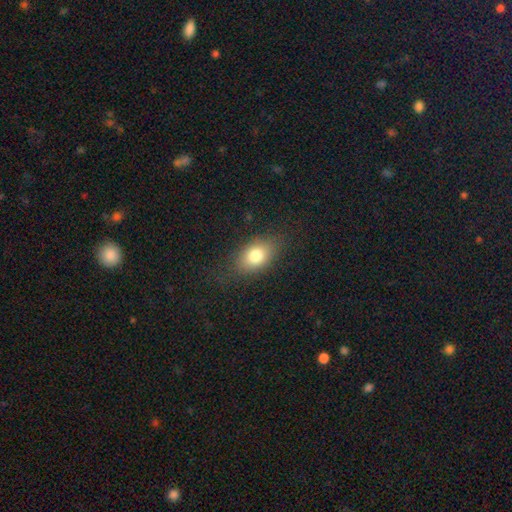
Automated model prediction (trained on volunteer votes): This is likely a smooth galaxy (79%). How rounded: likely in between (79%). Merging: likely none (79%).